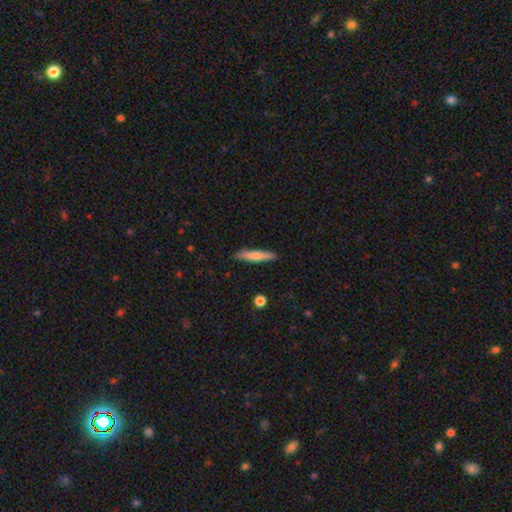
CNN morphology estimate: This is likely a smooth galaxy (66%). How rounded: clearly cigar-shaped (88%). Merging: clearly none (88%).